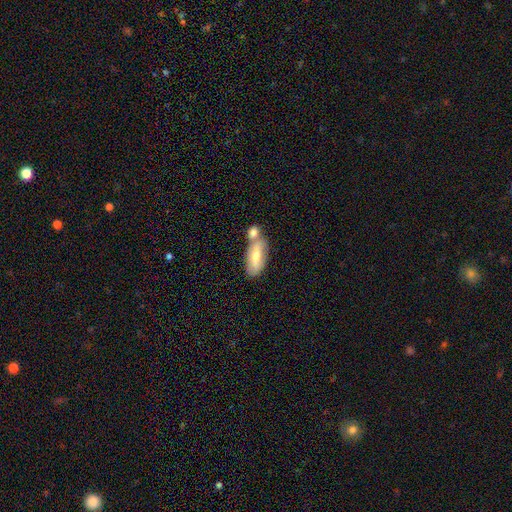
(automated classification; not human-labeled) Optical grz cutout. It shows a smooth galaxy with no disk features (53%) that is in between round and cigar-shaped (71%). Merging: none (59%).